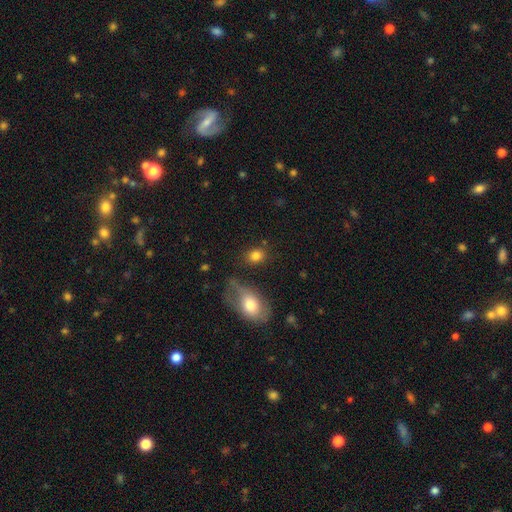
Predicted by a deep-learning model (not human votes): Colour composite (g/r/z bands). It shows a smooth galaxy with no disk features (82%) that is round (49%, tied with in between). Merging: none (75%).